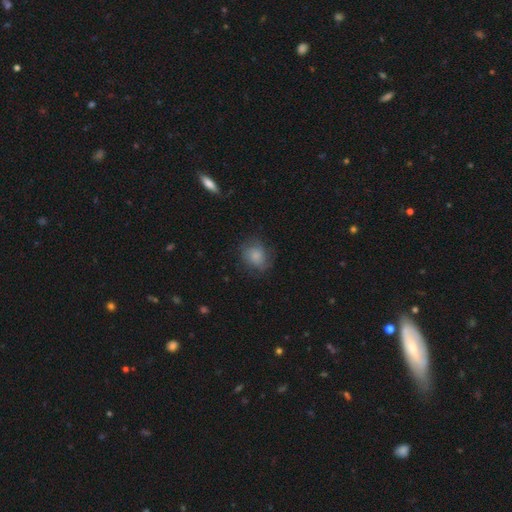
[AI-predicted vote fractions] Smooth or featured: smooth — 64% (featured or disk — 27%)
How rounded: round — 64% (in between — 35%)
Merging: none — 66% (minor disturbance — 22%)